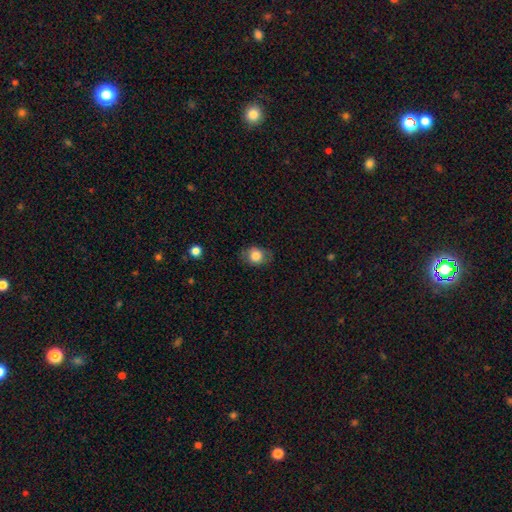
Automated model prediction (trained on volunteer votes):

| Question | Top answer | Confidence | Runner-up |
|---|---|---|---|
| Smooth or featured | smooth | 81% | featured or disk (11%) |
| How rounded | round | 58% | in between (41%) |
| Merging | none | 76% | minor disturbance (17%) |